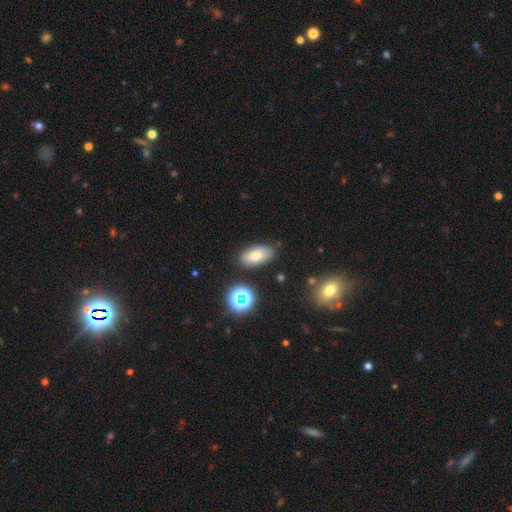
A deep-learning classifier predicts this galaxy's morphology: Overall: smooth (74%). How rounded: in between (90%). Merging: none (83%).